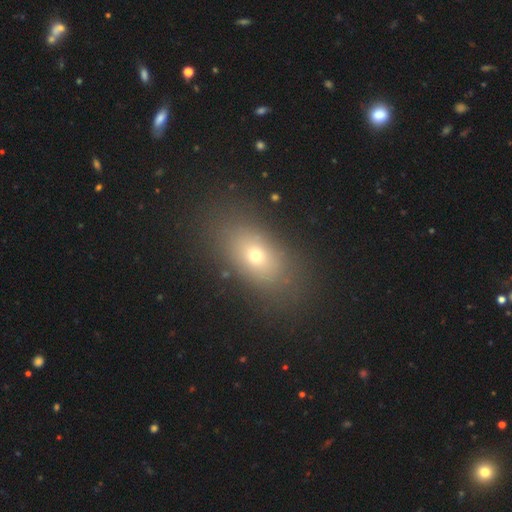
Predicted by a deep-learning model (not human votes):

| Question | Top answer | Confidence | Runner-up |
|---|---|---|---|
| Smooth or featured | smooth | 66% | star or artifact (18%) |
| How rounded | in between | 76% | round (18%) |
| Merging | none | 84% | minor disturbance (10%) |